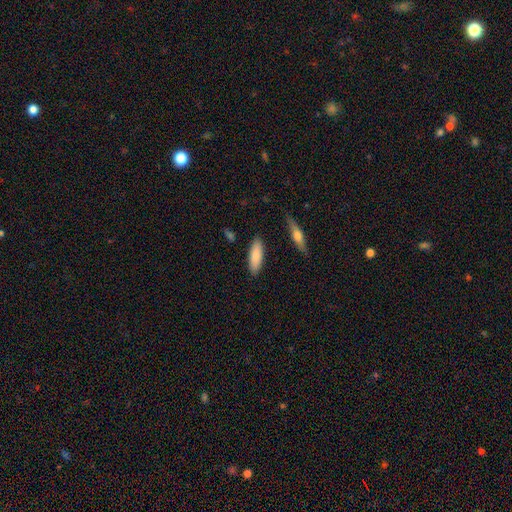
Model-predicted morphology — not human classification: Smooth or featured? Predicted: smooth (p=0.83). How rounded? Predicted: in between (p=0.59). Merging? Predicted: none (p=0.86).